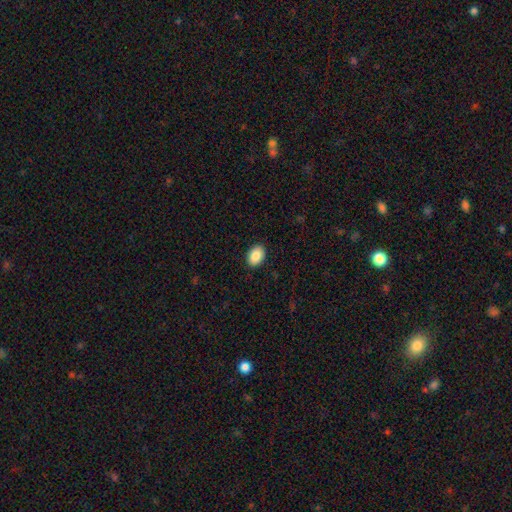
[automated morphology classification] Smooth or featured? Predicted: smooth (p=0.88). How rounded? Predicted: in between (p=0.84). Merging? Predicted: none (p=0.90).